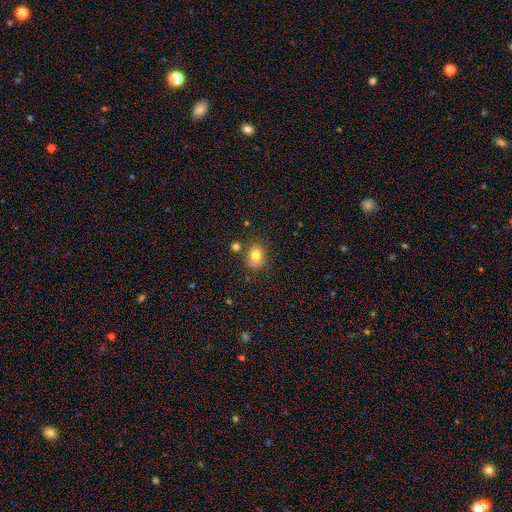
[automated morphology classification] type=smooth (75%); roundness=round (66%); merging=none (65%).